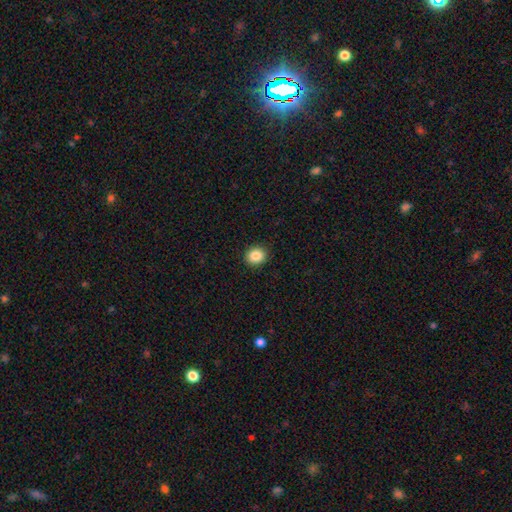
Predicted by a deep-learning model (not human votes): Smooth or featured? smooth (86%)
How rounded? round (75%)
Merging? none (92%)